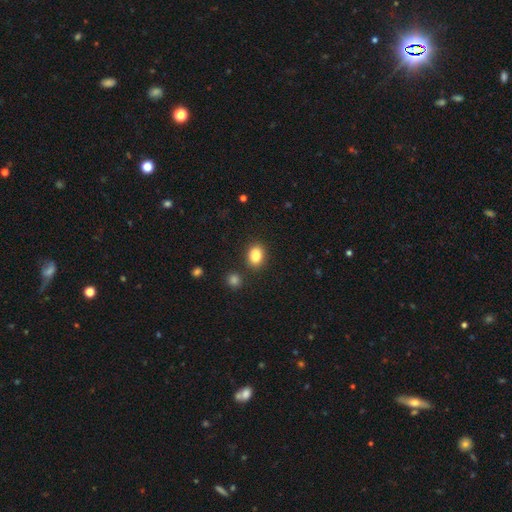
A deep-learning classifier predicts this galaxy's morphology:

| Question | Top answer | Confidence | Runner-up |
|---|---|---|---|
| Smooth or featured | smooth | 86% | star or artifact (9%) |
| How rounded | in between | 65% | round (34%) |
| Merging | none | 84% | minor disturbance (9%) |